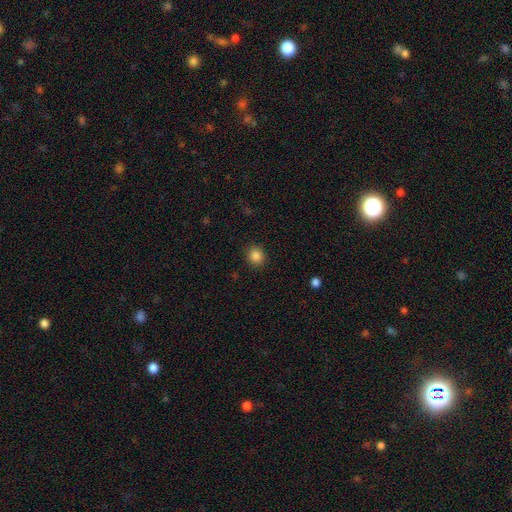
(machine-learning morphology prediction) Smooth or featured?
  - smooth: 85% *
  - star or artifact: 11%
  - featured or disk: 4%
How rounded?
  - round: 83% *
  - in between: 16%
  - cigar-shaped: 1%
Merging?
  - none: 91% *
  - minor disturbance: 6%
  - major disturbance: 2%
  - merger: 1%